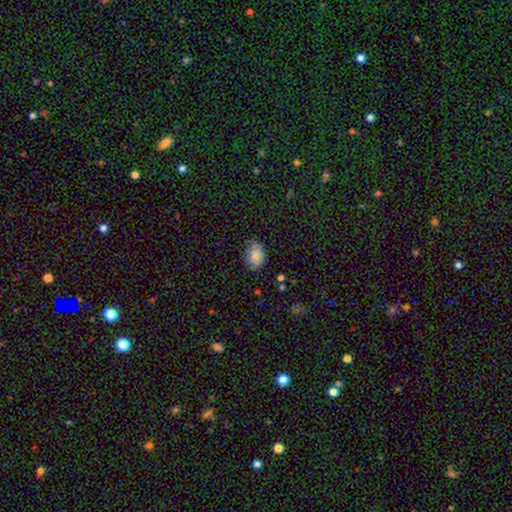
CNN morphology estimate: smooth_or_featured: smooth (p=0.85) [alt: star or artifact p=0.08]
how_rounded: in between (p=0.80) [alt: round p=0.18]
merging: none (p=0.72) [alt: minor disturbance p=0.23]